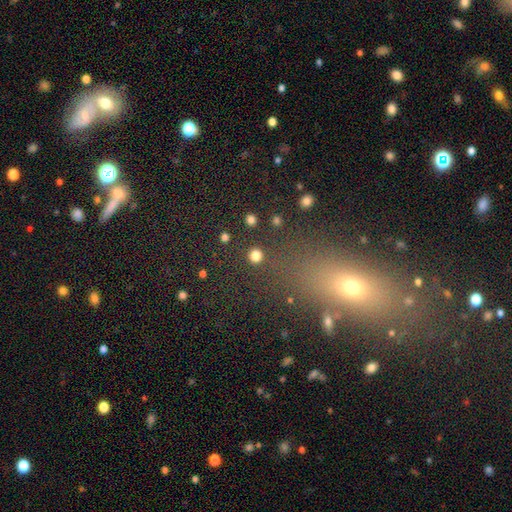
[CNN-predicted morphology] This appears to be a smooth galaxy with no disk features (82%) that is round (94%). Merging: none (91%).